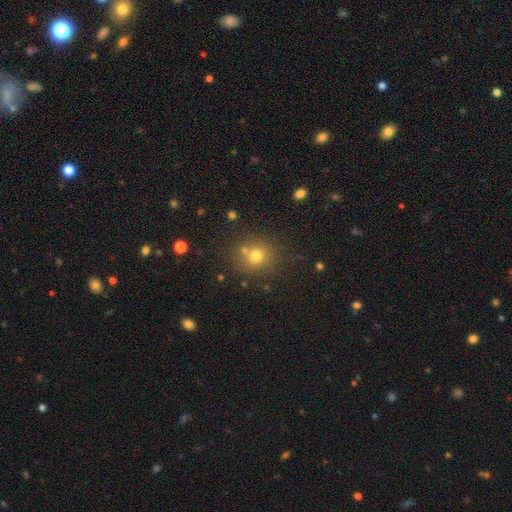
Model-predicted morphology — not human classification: Smooth or featured?
  - smooth: 71% *
  - star or artifact: 19%
  - featured or disk: 10%
How rounded?
  - round: 85% *
  - in between: 14%
  - cigar-shaped: 1%
Merging?
  - none: 73% *
  - merger: 14%
  - minor disturbance: 10%
  - major disturbance: 4%